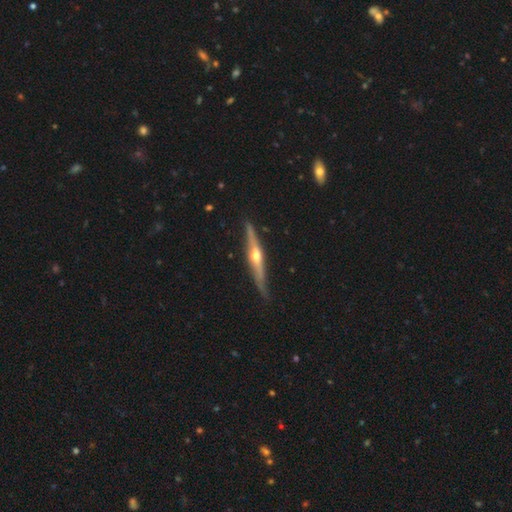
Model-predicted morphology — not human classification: Q: Smooth or featured?
A: featured or disk (74%); runner-up: smooth (21%)
Q: Edge-on disk?
A: yes (95%); runner-up: no (5%)
Q: Edge-on bulge?
A: rounded (90%); runner-up: none (6%)
Q: Merging?
A: none (82%); runner-up: minor disturbance (14%)